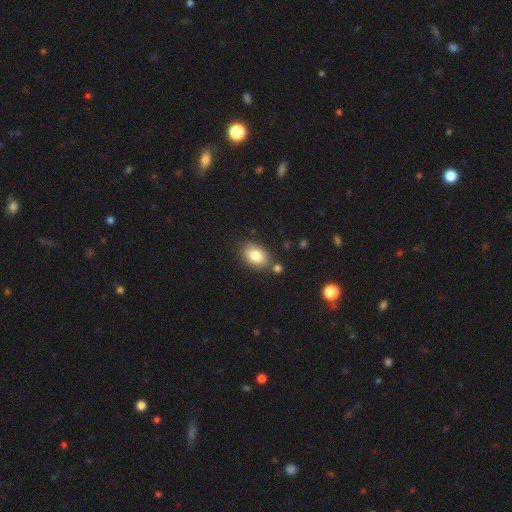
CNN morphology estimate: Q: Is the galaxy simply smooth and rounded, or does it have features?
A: smooth — 83%.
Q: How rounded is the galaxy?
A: in between — 84%.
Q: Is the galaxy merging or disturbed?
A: none — 75%.